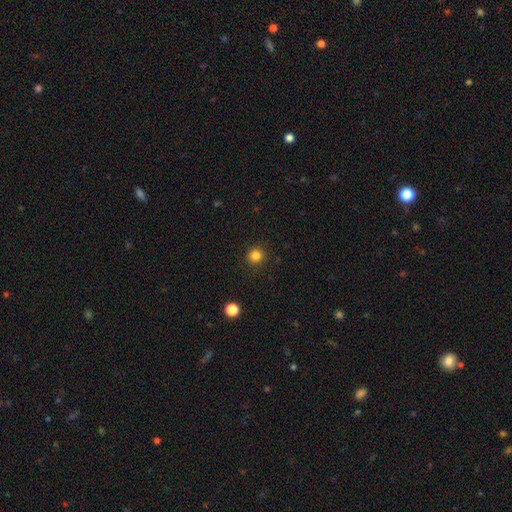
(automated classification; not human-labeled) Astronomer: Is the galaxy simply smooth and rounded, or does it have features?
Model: smooth — 84%.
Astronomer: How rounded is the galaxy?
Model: round — 94%.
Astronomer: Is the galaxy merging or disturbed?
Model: none — 92%.